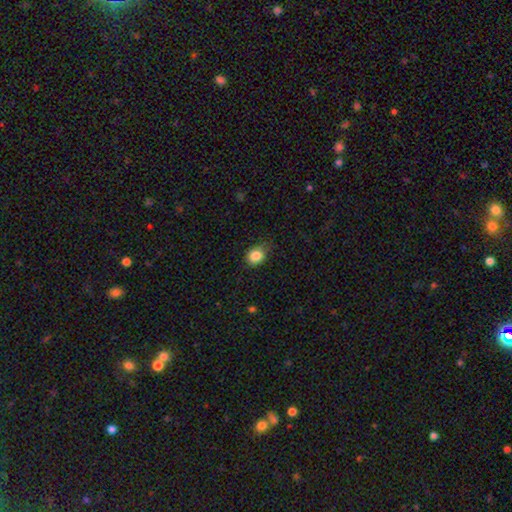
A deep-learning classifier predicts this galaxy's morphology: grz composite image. It shows a smooth galaxy with no disk features (85%) that is round (59%). Merging: none (69%).